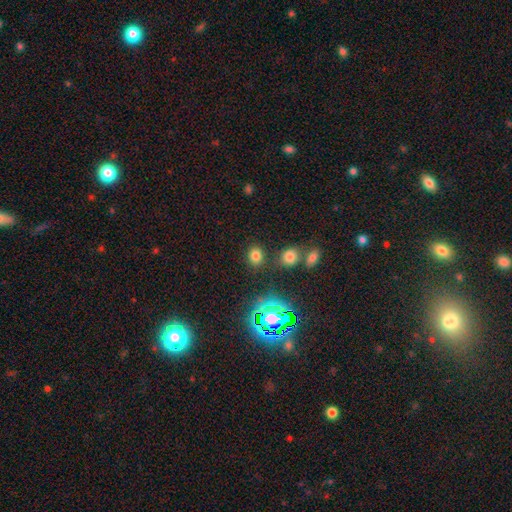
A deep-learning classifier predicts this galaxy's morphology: The model was most divided on "how rounded": round: 64%, in between: 35%, cigar-shaped: 1%. More confident: merging — none (83%); smooth or featured — smooth (72%).